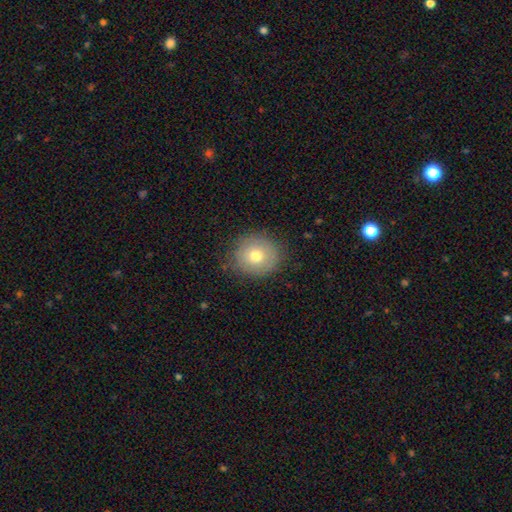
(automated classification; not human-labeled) This is likely a smooth galaxy (71%). How rounded: clearly round (82%). Merging: clearly none (83%).